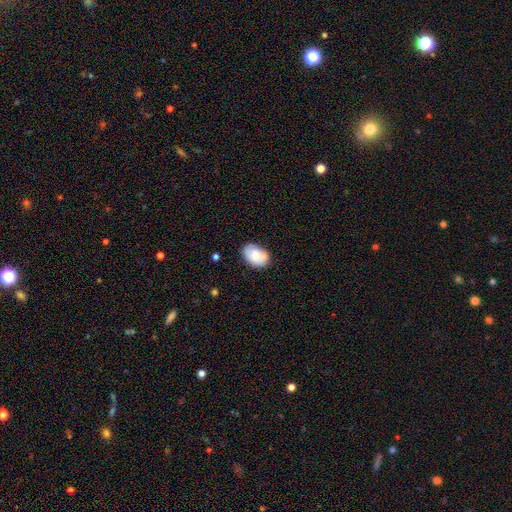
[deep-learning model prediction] Morphology: type=smooth (77%); roundness=in between (86%); merging=none (74%).